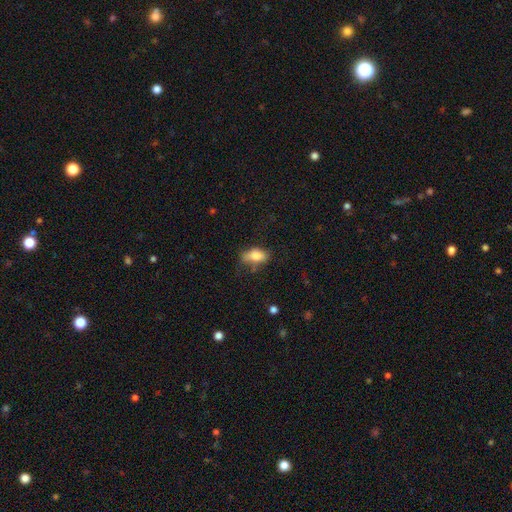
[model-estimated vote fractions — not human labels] smooth-or-featured: smooth: 79% | featured or disk: 12% | star or artifact: 8%
  how-rounded: in between: 87% | cigar-shaped: 7% | round: 6%
  merging: none: 51% | minor disturbance: 32% | major disturbance: 13% | merger: 4%